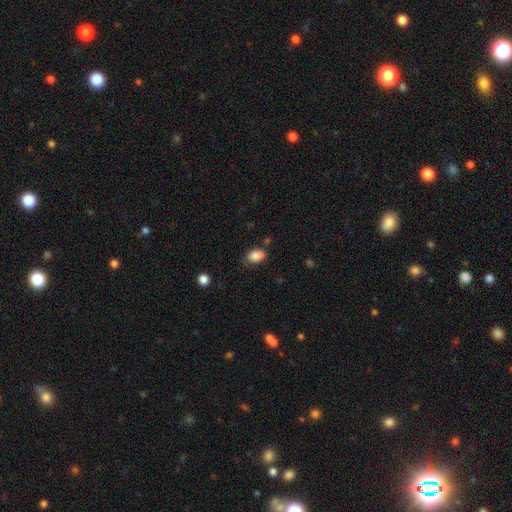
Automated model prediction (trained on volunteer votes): Smooth or featured? smooth (82%)
How rounded? in between (82%)
Merging? none (62%)